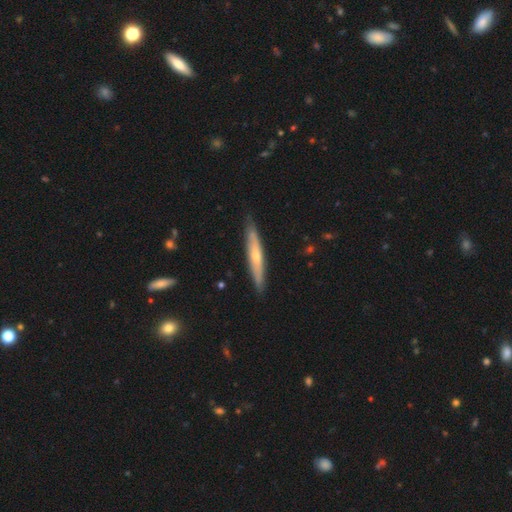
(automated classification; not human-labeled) Smooth or featured? featured or disk (56%)
Edge-on disk? yes (91%)
Edge-on bulge? rounded (68%)
Merging? none (86%)